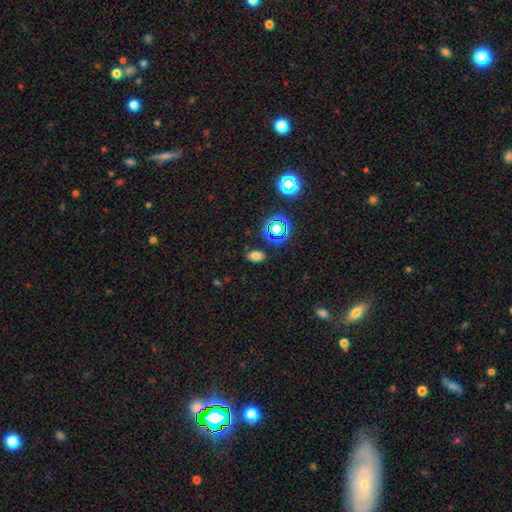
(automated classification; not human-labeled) Smooth or featured: smooth — 70% (star or artifact — 22%)
How rounded: in between — 88% (round — 9%)
Merging: none — 85% (minor disturbance — 10%)